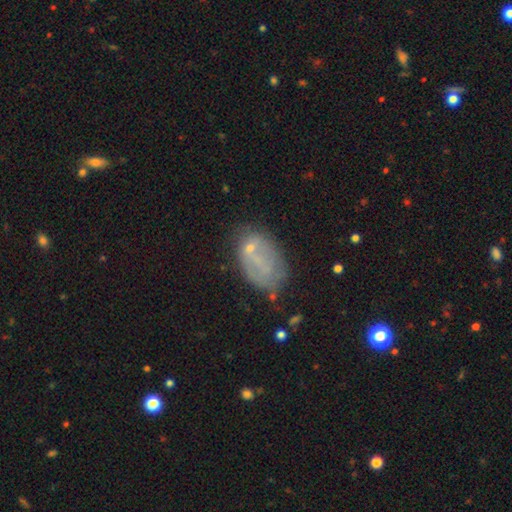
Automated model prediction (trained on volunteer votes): Q: Smooth or featured?
A: featured or disk (44%); runner-up: smooth (43%)
Q: Merging?
A: none (50%); runner-up: minor disturbance (26%)